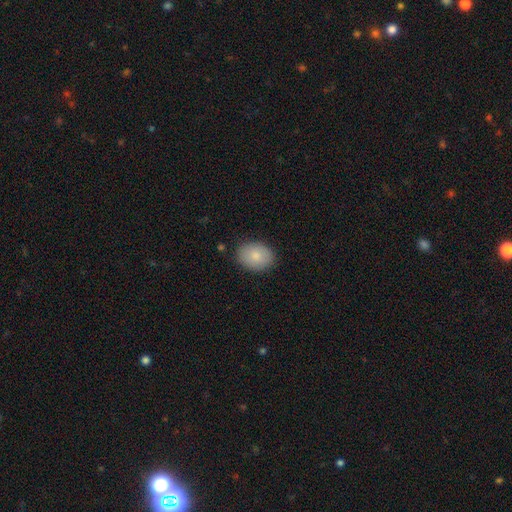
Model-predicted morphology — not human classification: A smooth galaxy with no disk features (85%) that is in between round and cigar-shaped (68%).

Vote fractions:
- Smooth or featured? smooth: 85% / featured or disk: 9% / star or artifact: 7%
- How rounded? in between: 68% / round: 31% / cigar-shaped: 1%
- Merging? none: 86% / minor disturbance: 10% / major disturbance: 2% / merger: 1%